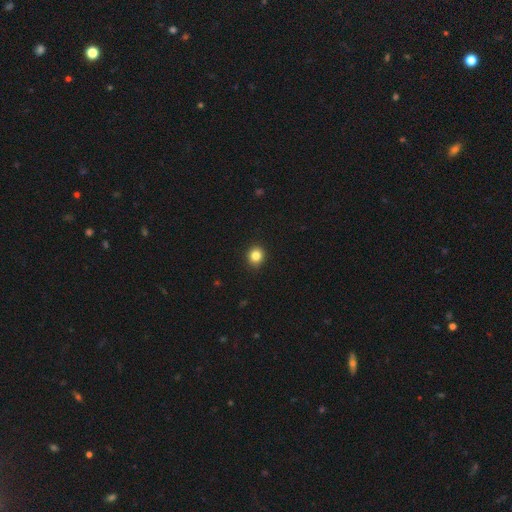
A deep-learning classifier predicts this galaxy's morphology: This appears to be a smooth galaxy with no disk features (84%) that is round (80%). Merging: none (92%).